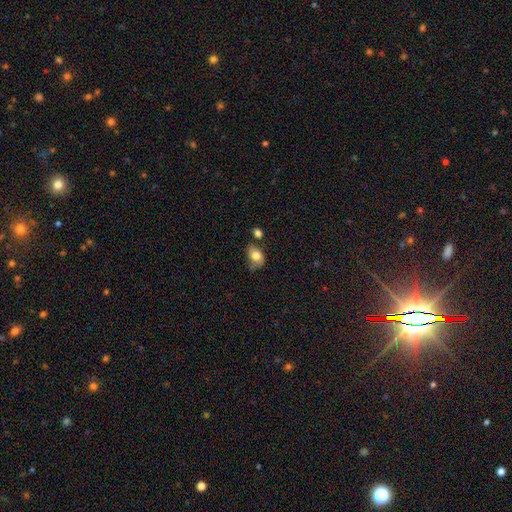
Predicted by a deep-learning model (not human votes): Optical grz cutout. It shows a smooth galaxy with no disk features (75%) that is in between round and cigar-shaped (70%). Merging: none (45%).